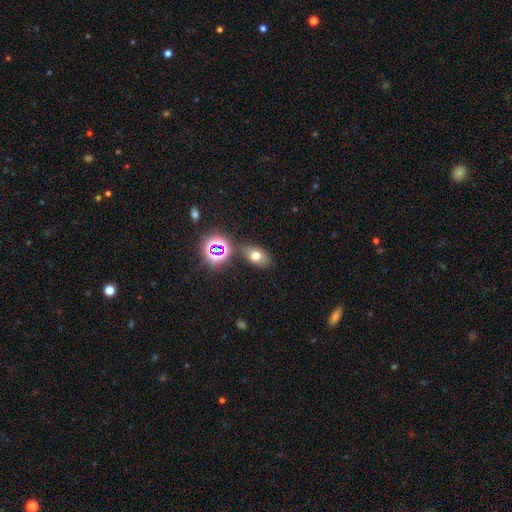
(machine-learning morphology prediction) Smooth or featured? smooth (61%)
How rounded? in between (80%)
Merging? none (75%)